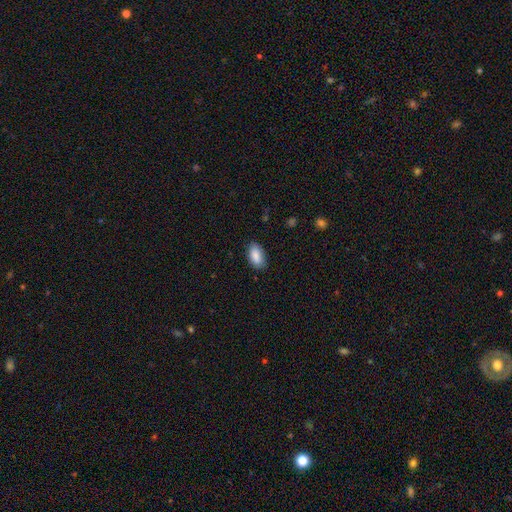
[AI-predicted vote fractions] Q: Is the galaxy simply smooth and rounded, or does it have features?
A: smooth — 88%.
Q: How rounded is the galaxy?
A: in between — 93%.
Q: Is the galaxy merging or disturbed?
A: none — 83%.